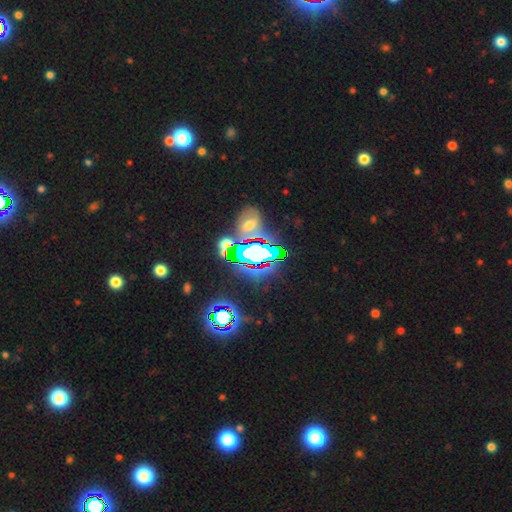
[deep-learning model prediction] Q: Smooth or featured?
A: star or artifact (66%); runner-up: featured or disk (18%)